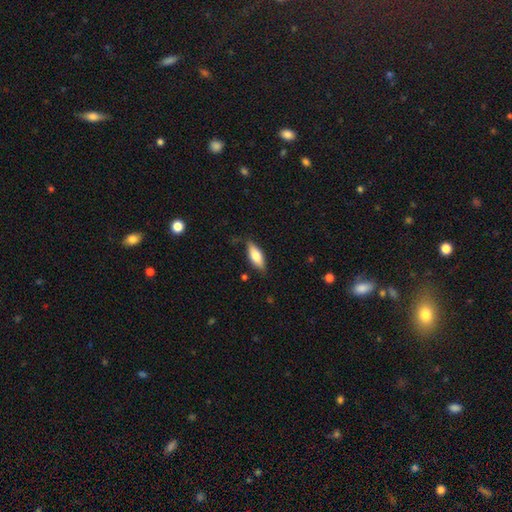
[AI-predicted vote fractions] smooth-or-featured: smooth: 66% | featured or disk: 28% | star or artifact: 6%
  how-rounded: in between: 69% | cigar-shaped: 28% | round: 2%
  merging: none: 80% | minor disturbance: 15% | major disturbance: 3% | merger: 2%